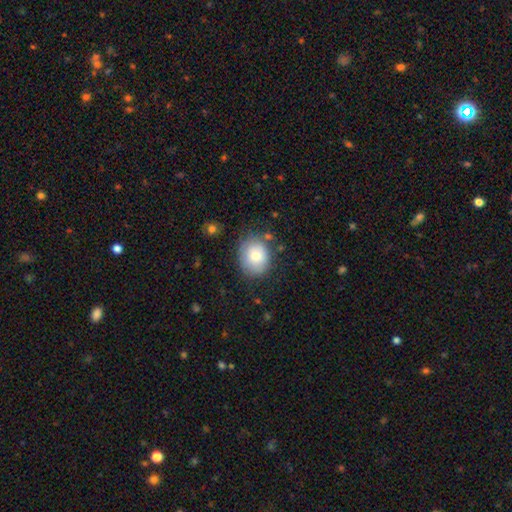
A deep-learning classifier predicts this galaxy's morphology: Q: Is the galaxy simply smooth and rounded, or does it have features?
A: smooth — 77%.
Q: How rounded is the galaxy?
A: round — 60%.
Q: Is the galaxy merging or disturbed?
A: none — 72%.